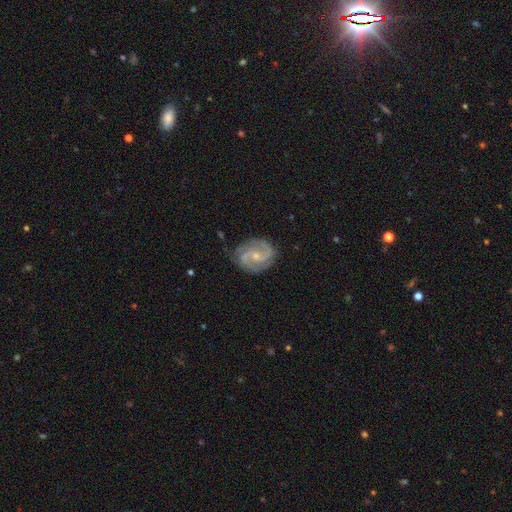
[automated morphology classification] The model was most divided on "bar": no: 50%, weak: 40%, strong: 9%. More confident: edge-on disk — no (98%); spiral arms — yes (98%); smooth or featured — featured or disk (90%); spiral arm count — 2 (79%); merging — none (77%); bulge size — small (59%); spiral winding — medium (54%).